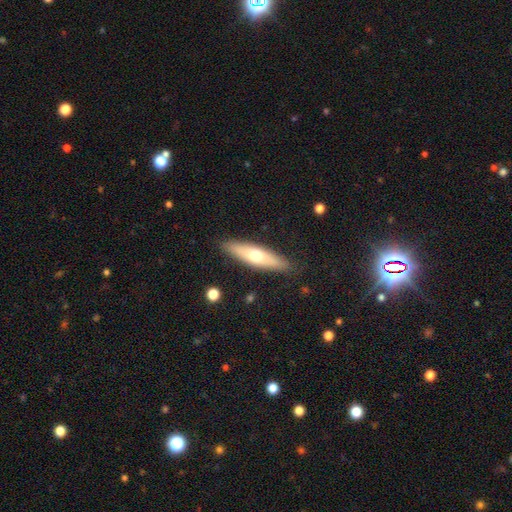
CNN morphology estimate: The model was most divided on "smooth or featured": smooth: 56%, featured or disk: 38%, star or artifact: 6%. More confident: merging — none (87%); how rounded — cigar-shaped (66%).